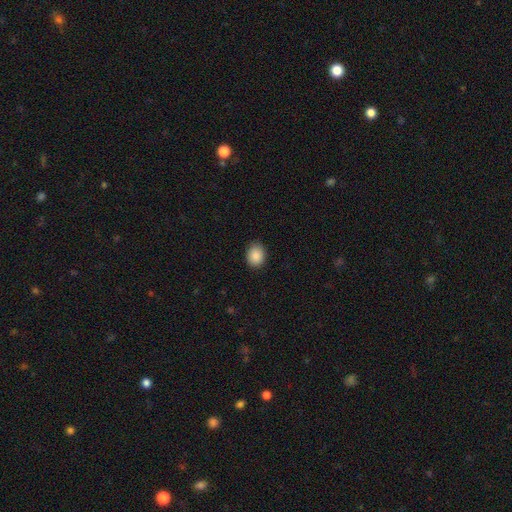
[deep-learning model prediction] smooth 89%, star or artifact 8%, featured or disk 3%. Down the decision tree: how rounded — in between (53%); merging — none (87%).